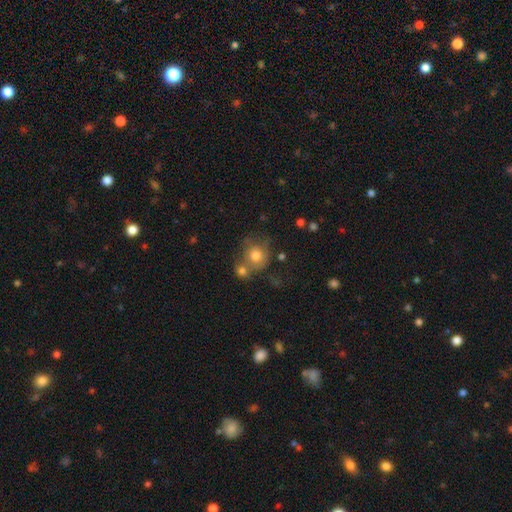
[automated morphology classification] Q: Smooth or featured?
A: smooth (74%); runner-up: featured or disk (16%)
Q: How rounded?
A: round (82%); runner-up: in between (17%)
Q: Merging?
A: none (45%); runner-up: merger (32%)